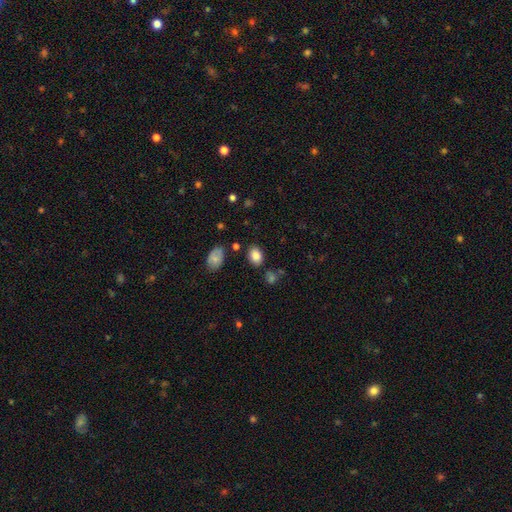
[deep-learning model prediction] Morphology: type=smooth (85%); roundness=in between (81%); merging=none (80%).